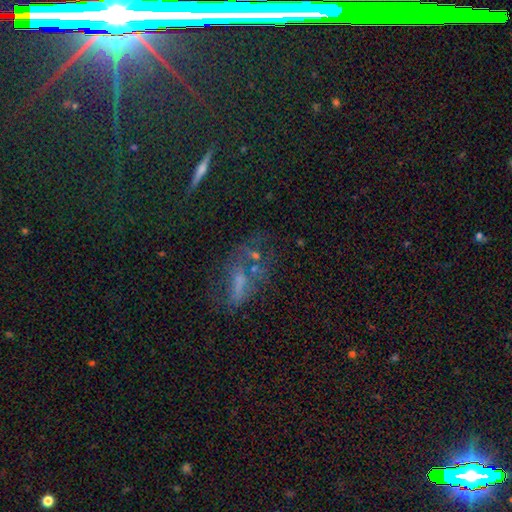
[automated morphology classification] Smooth or featured: featured or disk — 40% (smooth — 31%)
Merging: none — 43% (major disturbance — 26%)